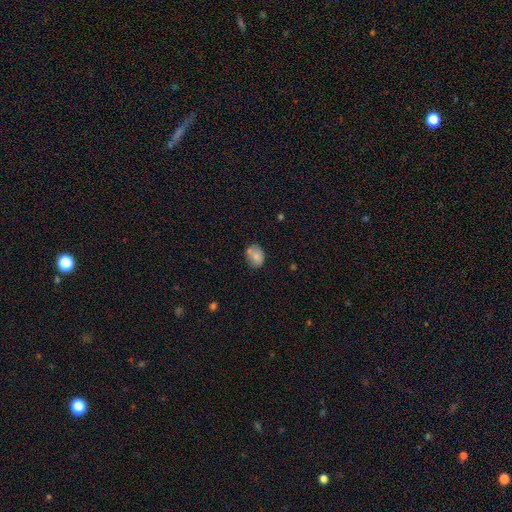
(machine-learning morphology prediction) type=smooth (76%); roundness=in between (65%); merging=none (57%).